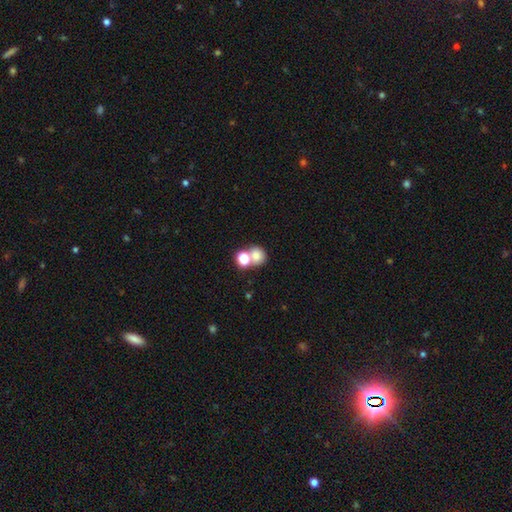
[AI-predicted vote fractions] smooth_or_featured: smooth (p=0.73) [alt: star or artifact p=0.15]
how_rounded: round (p=0.72) [alt: in between p=0.27]
merging: merger (p=0.48) [alt: none p=0.41]